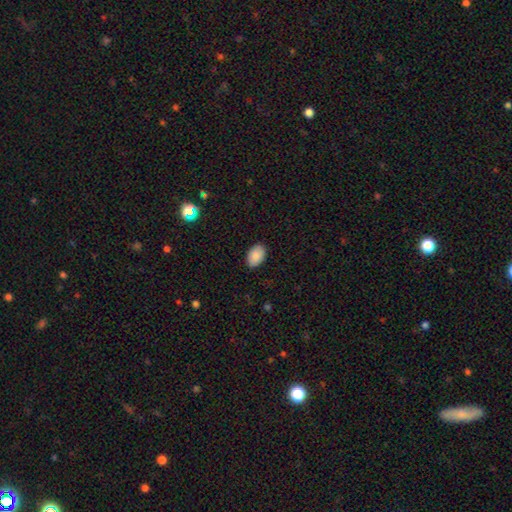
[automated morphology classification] Q: Smooth or featured?
A: smooth (90%); runner-up: star or artifact (7%)
Q: How rounded?
A: in between (90%); runner-up: round (9%)
Q: Merging?
A: none (88%); runner-up: minor disturbance (9%)